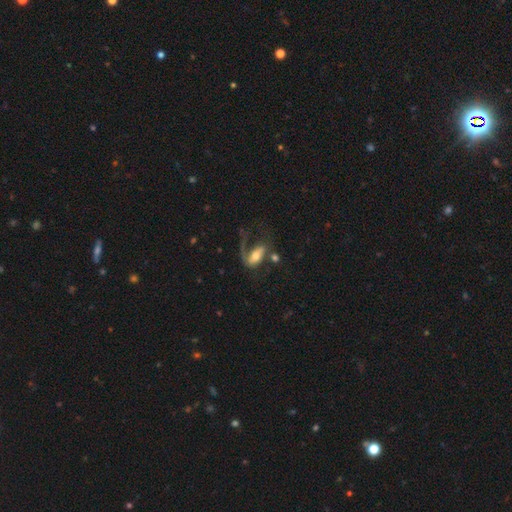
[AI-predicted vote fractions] The model was most divided on "smooth or featured": featured or disk: 54%, smooth: 38%, star or artifact: 8%. Remaining: edge-on disk — no (88%); merging — major disturbance (46%).